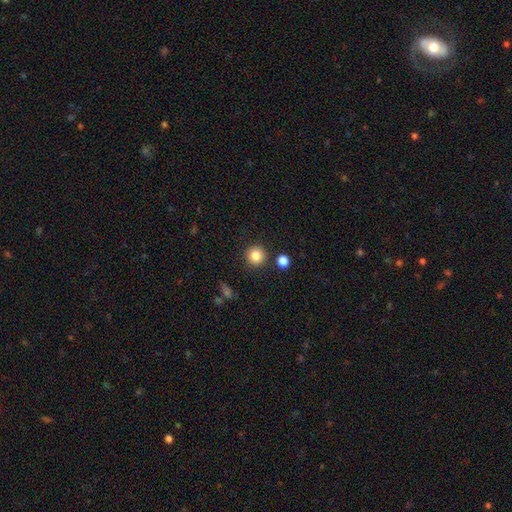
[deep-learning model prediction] smooth_or_featured: smooth (p=0.85) [alt: star or artifact p=0.10]
how_rounded: round (p=0.94) [alt: in between p=0.05]
merging: none (p=0.88) [alt: minor disturbance p=0.06]